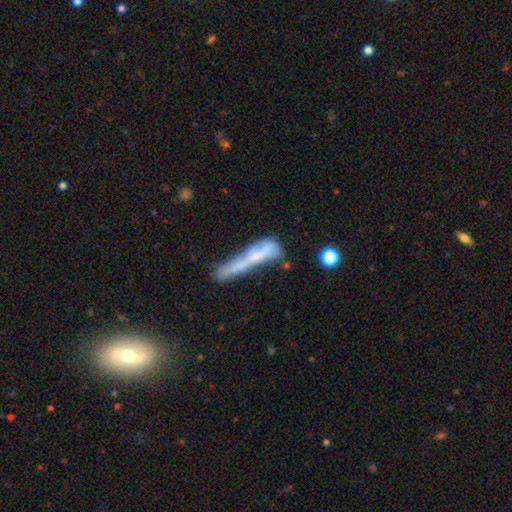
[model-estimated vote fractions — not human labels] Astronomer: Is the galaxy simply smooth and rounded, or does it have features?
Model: featured or disk — 46% (runner-up: smooth, 43%).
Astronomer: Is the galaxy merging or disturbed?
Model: none — 30% (runner-up: merger, 28%).